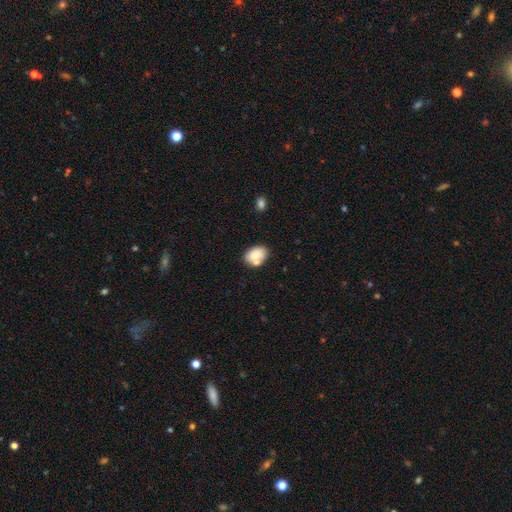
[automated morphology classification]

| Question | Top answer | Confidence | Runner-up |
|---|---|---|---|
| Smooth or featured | smooth | 77% | featured or disk (16%) |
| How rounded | in between | 81% | round (18%) |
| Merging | none | 60% | merger (19%) |